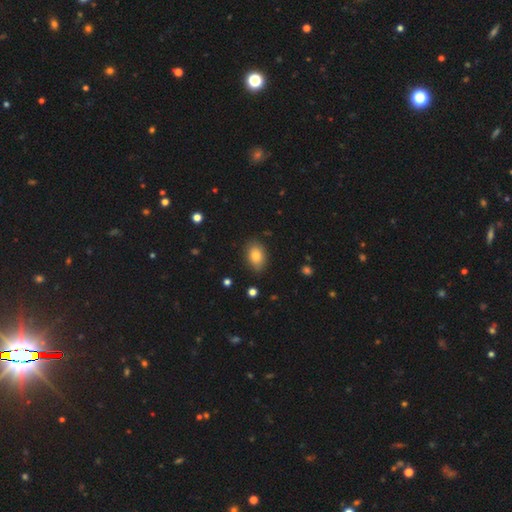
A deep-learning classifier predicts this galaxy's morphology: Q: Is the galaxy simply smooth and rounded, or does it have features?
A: smooth — 82%.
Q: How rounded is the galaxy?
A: in between — 84%.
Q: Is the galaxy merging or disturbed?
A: none — 82%.